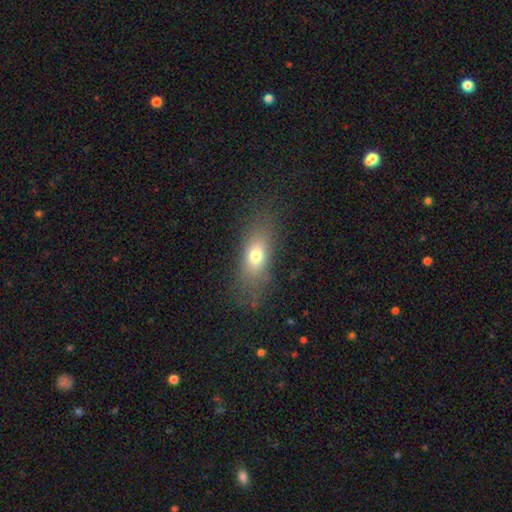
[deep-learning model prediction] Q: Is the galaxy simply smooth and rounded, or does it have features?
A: smooth — 71%.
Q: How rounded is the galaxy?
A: in between — 72%.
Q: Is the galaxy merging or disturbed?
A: none — 74%.